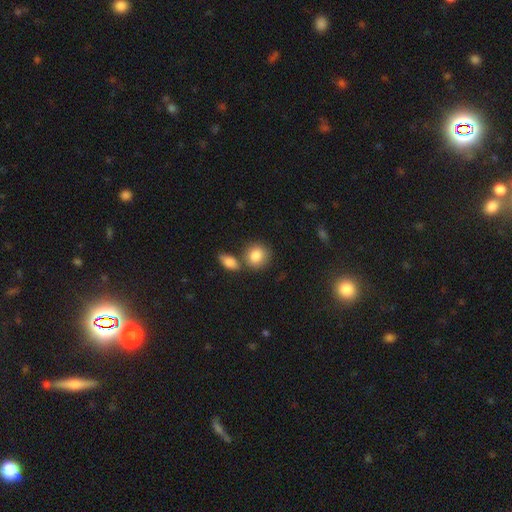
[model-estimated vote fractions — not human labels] smooth_or_featured: smooth (p=0.86) [alt: featured or disk p=0.07]
how_rounded: round (p=0.71) [alt: in between p=0.27]
merging: none (p=0.63) [alt: merger p=0.22]